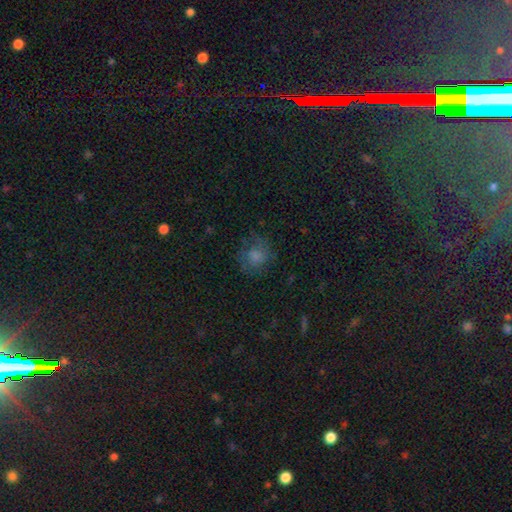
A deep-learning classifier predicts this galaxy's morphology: A smooth galaxy with no disk features (64%) that is round (76%).

Vote fractions:
- Smooth or featured? smooth: 64% / featured or disk: 22% / star or artifact: 14%
- How rounded? round: 76% / in between: 23% / cigar-shaped: 1%
- Merging? none: 65% / minor disturbance: 19% / major disturbance: 14% / merger: 1%